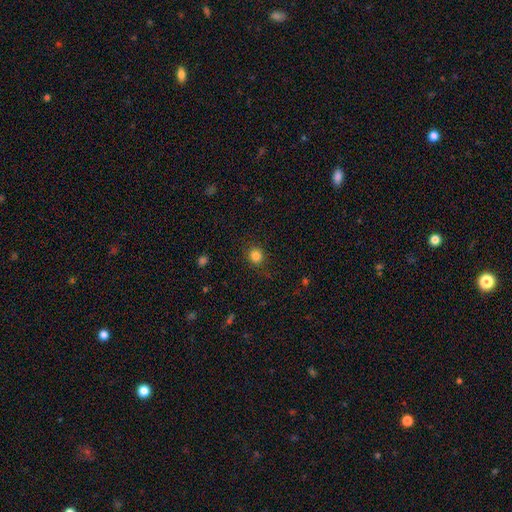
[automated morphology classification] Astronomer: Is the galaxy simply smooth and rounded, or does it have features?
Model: smooth — 83%.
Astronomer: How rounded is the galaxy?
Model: round — 87%.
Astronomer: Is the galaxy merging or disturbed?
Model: none — 86%.